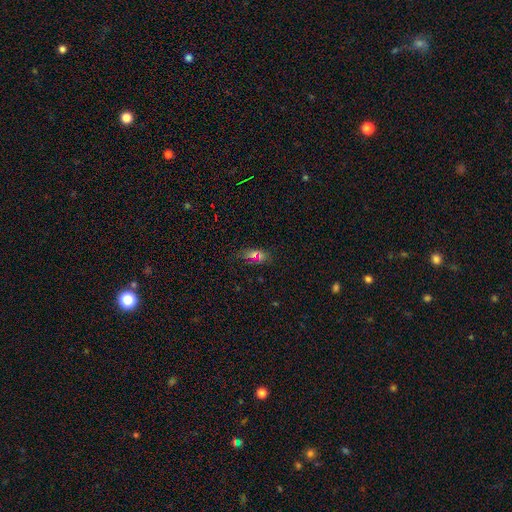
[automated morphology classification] type=smooth (56%); roundness=in between (84%); merging=none (77%).